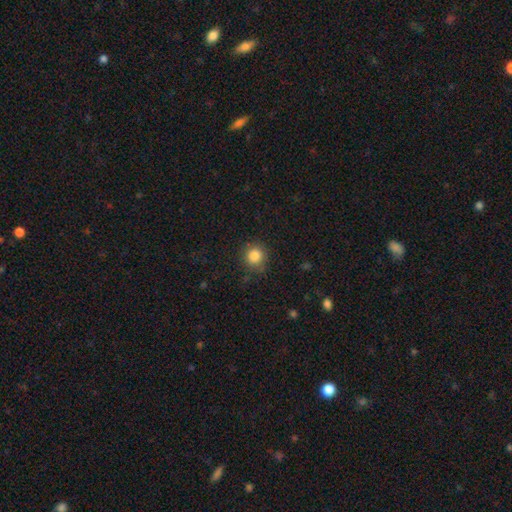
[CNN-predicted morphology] Smooth or featured? Predicted: smooth (p=0.85). How rounded? Predicted: round (p=0.90). Merging? Predicted: none (p=0.83).